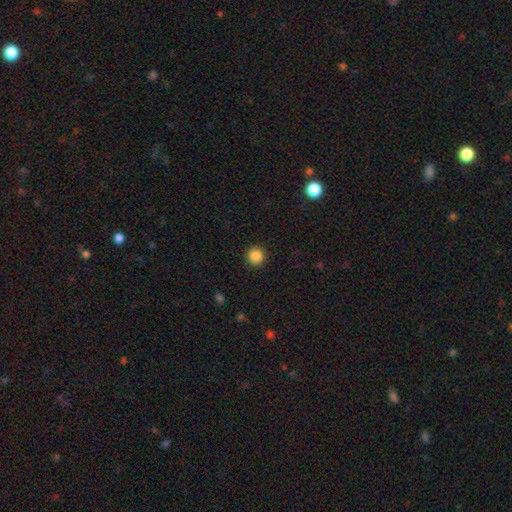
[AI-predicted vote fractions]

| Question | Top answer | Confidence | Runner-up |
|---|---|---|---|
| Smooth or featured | smooth | 87% | star or artifact (10%) |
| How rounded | round | 95% | in between (4%) |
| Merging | none | 92% | minor disturbance (5%) |